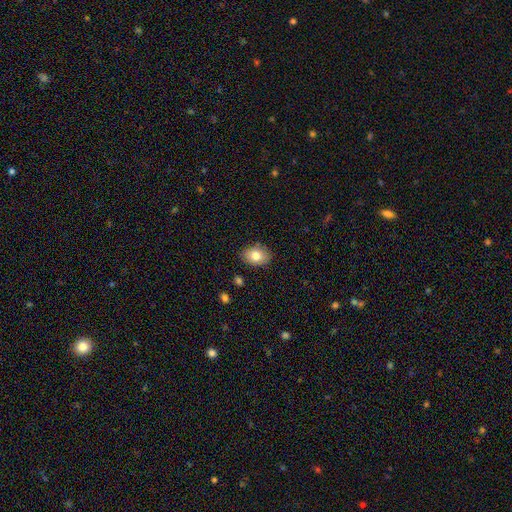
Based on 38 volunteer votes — Overall: smooth (71%). How rounded: in between (81%). Merging: none (89%).